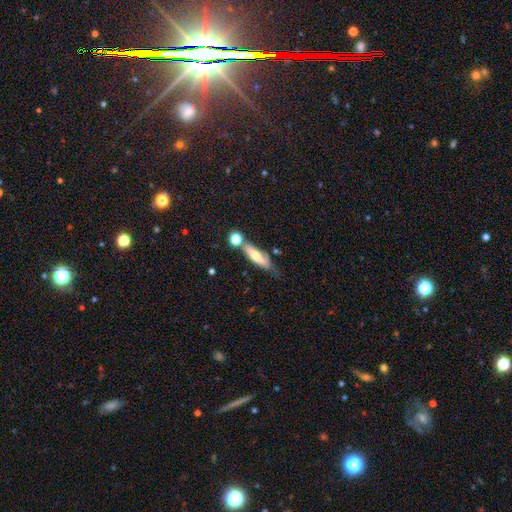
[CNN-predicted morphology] A smooth galaxy with no disk features (55%) that is cigar-shaped (62%). Merging: none (54%).